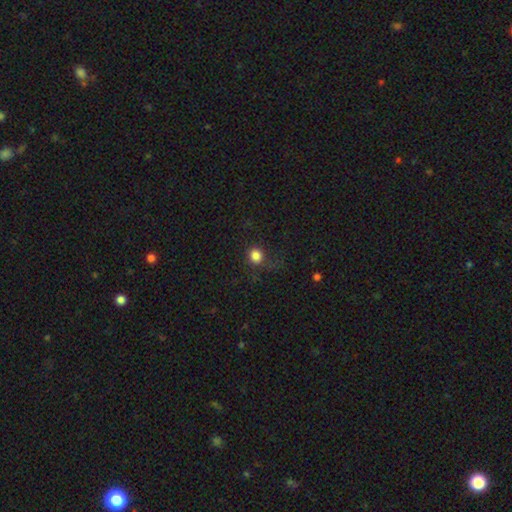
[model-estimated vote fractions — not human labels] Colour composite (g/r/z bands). It shows a smooth galaxy with no disk features (83%) that is round (84%). Merging: none (76%).